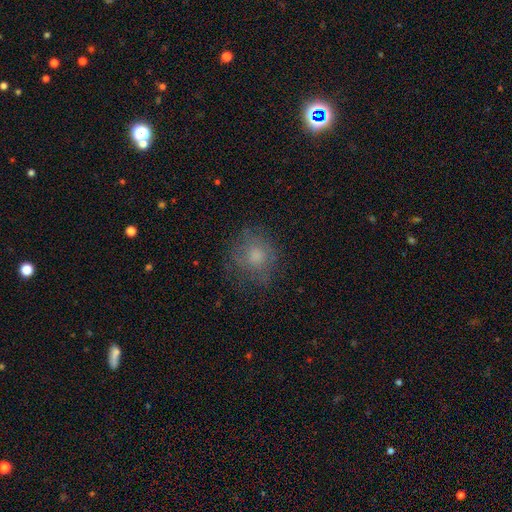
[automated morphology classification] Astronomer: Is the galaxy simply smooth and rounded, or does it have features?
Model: smooth — 65%.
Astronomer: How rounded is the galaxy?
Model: round — 81%.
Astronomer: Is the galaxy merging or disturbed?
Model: none — 68%.